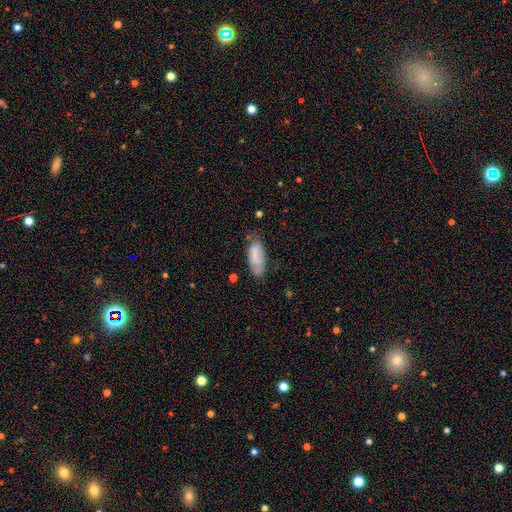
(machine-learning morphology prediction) A smooth galaxy with no disk features (76%) that is in between round and cigar-shaped (81%). Merging: none (56%).